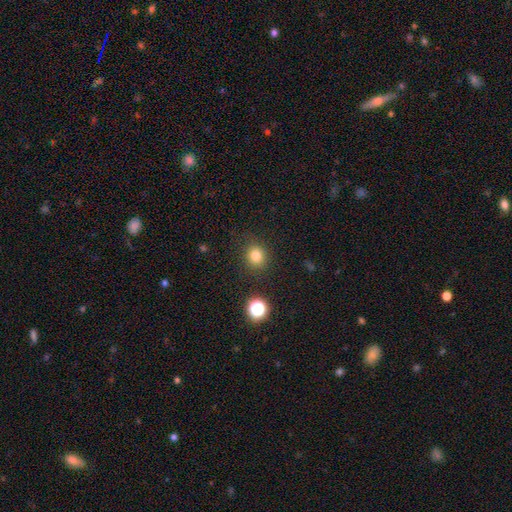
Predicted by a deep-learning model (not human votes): The model was most divided on "smooth or featured": smooth: 79%, star or artifact: 15%, featured or disk: 6%. More confident: merging — none (87%); how rounded — round (82%).